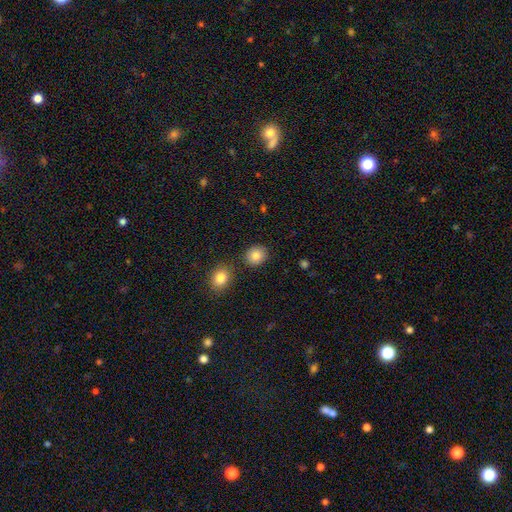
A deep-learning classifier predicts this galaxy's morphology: smooth-or-featured: smooth: 86% | star or artifact: 8% | featured or disk: 5%
  how-rounded: round: 72% | in between: 27% | cigar-shaped: 1%
  merging: none: 85% | minor disturbance: 8% | merger: 5% | major disturbance: 2%